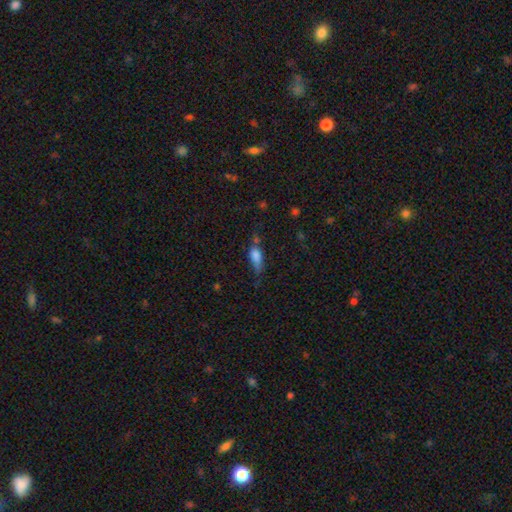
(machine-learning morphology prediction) Overall: smooth (72%). How rounded: in between (68%). Merging: none (38%; minor disturbance 35%).